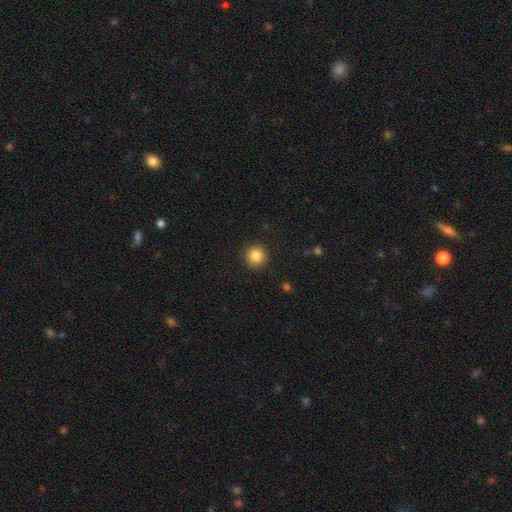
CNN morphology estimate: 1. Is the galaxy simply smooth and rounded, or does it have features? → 86% smooth, 10% star or artifact, 4% featured or disk.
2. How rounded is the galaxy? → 94% round, 5% in between, 1% cigar-shaped.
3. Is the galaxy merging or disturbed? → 91% none, 6% minor disturbance, 2% major disturbance, 1% merger.